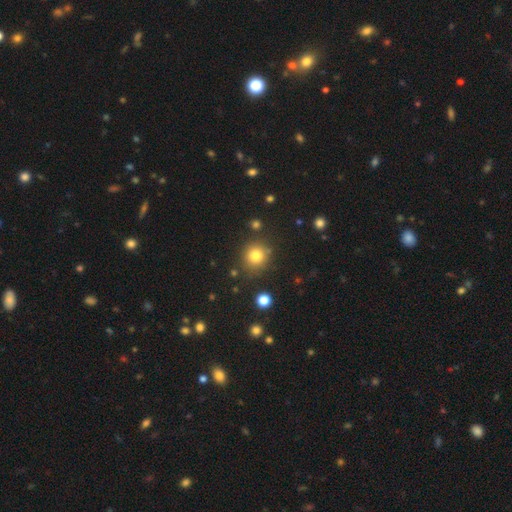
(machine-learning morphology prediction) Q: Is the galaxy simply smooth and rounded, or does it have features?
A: smooth — 80%.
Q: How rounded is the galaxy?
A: round — 87%.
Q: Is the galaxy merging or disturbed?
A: none — 82%.